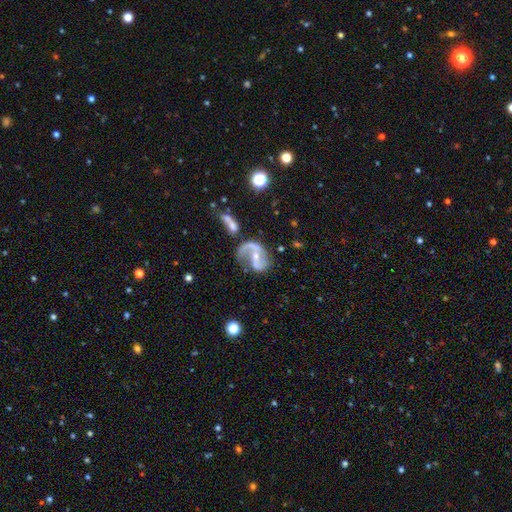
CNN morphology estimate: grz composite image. It shows a featured or disk galaxy (86%) with a weak bar (37%), 2 (76%) loose (54%) spiral arms (94%) and a small central bulge (58%). Merging: none (45%).